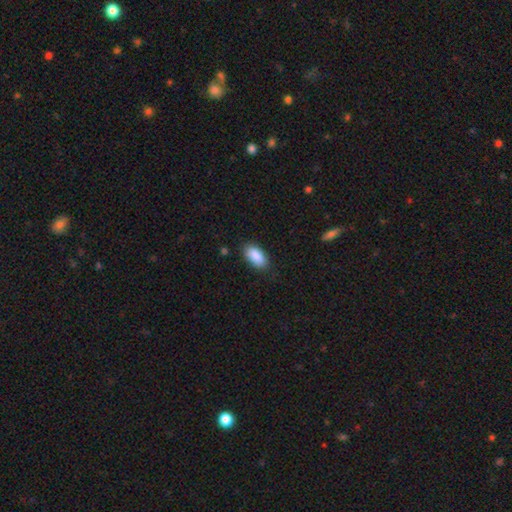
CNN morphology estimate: smooth_or_featured: smooth (p=0.90) [alt: star or artifact p=0.06]
how_rounded: in between (p=0.93) [alt: cigar-shaped p=0.04]
merging: none (p=0.84) [alt: minor disturbance p=0.12]